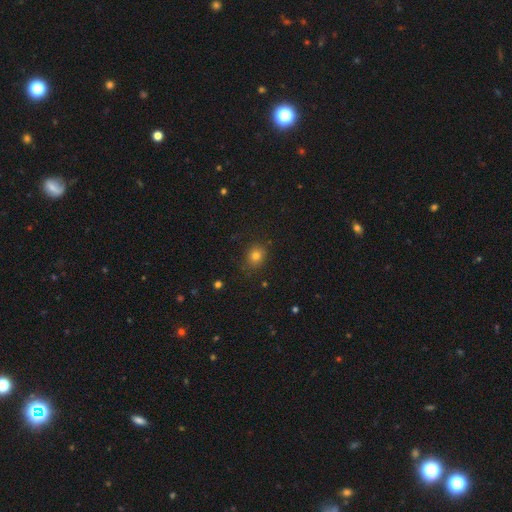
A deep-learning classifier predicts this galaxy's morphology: smooth 79%, star or artifact 14%, featured or disk 7%. Down the decision tree: how rounded — round (72%); merging — none (81%).